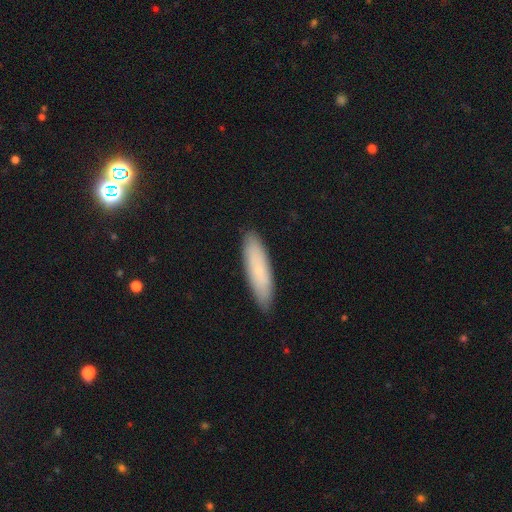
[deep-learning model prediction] smooth-or-featured: smooth: 76% | featured or disk: 18% | star or artifact: 6%
  how-rounded: cigar-shaped: 61% | in between: 37% | round: 2%
  merging: none: 86% | minor disturbance: 10% | major disturbance: 2% | merger: 1%